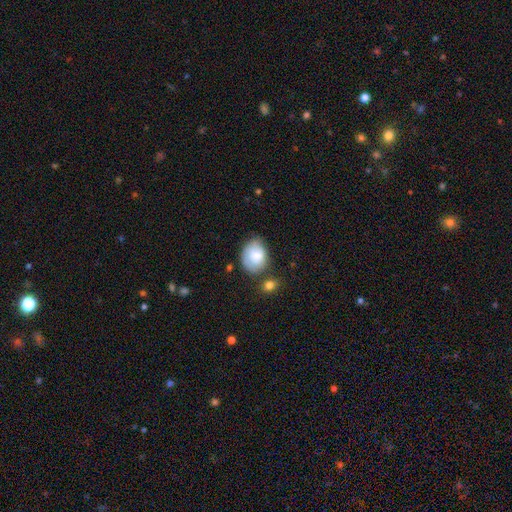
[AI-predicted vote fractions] Smooth or featured?
  - smooth: 77% *
  - featured or disk: 16%
  - star or artifact: 7%
How rounded?
  - in between: 59% *
  - round: 40%
  - cigar-shaped: 1%
Merging?
  - none: 56% *
  - minor disturbance: 28%
  - merger: 9%
  - major disturbance: 8%